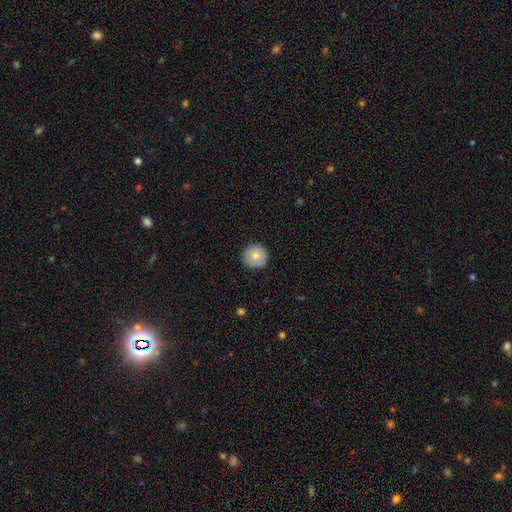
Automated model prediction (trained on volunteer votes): Smooth or featured? Predicted: smooth (p=0.78). How rounded? Predicted: round (p=0.95). Merging? Predicted: none (p=0.90).